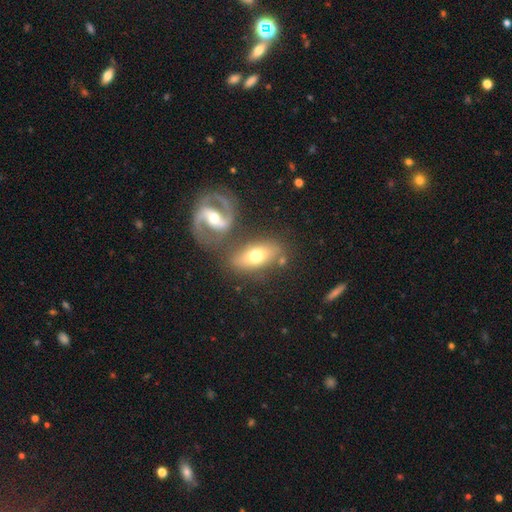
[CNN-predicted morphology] Q: Smooth or featured?
A: smooth (51%); runner-up: featured or disk (43%)
Q: How rounded?
A: in between (83%); runner-up: round (9%)
Q: Merging?
A: none (59%); runner-up: merger (23%)